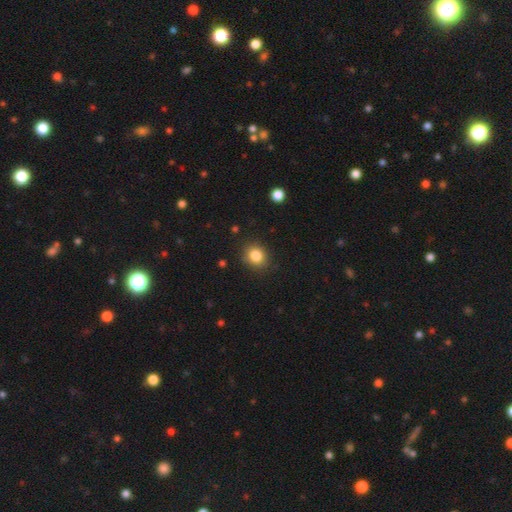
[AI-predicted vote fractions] Overall: smooth (84%). How rounded: round (77%). Merging: none (87%).